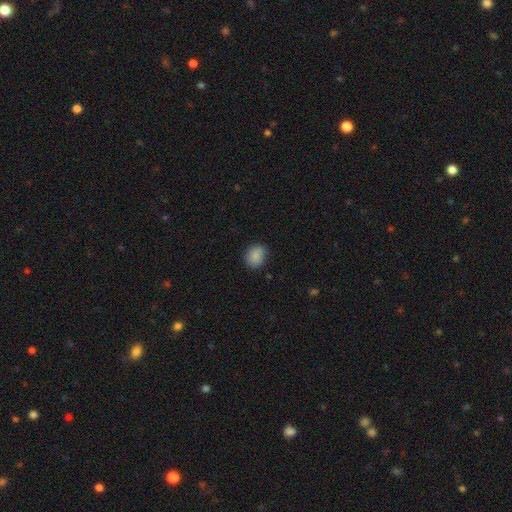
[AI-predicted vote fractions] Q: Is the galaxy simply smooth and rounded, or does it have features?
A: smooth — 87%.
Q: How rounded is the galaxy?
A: round — 56%.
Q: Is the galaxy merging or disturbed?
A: none — 83%.